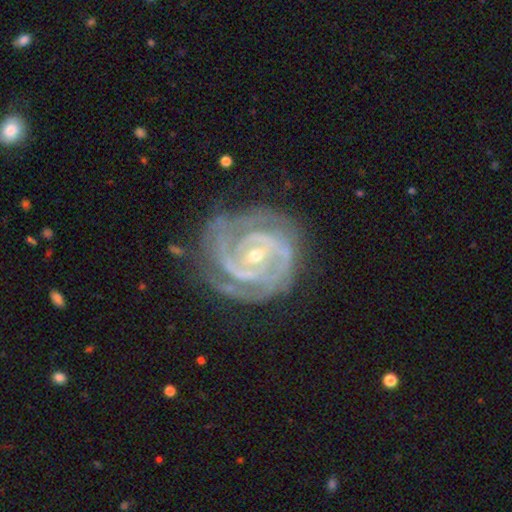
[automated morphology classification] Smooth or featured?
  - featured or disk: 89% *
  - smooth: 5%
  - star or artifact: 5%
Edge-on disk?
  - no: 97% *
  - yes: 3%
Bar?
  - weak: 41% *
  - no: 36%
  - strong: 23%
Spiral arms?
  - yes: 96% *
  - no: 4%
Spiral winding?
  - tight: 71% *
  - medium: 25%
  - loose: 4%
Spiral arm count?
  - 2: 38% *
  - 3: 24%
  - can't tell: 20%
  - 4: 8%
  - 1: 5%
  - more than 4: 5%
Bulge size?
  - small: 69% *
  - moderate: 28%
  - large: 1%
  - none: 1%
  - dominant: 1%
Merging?
  - none: 66% *
  - minor disturbance: 22%
  - major disturbance: 11%
  - merger: 2%